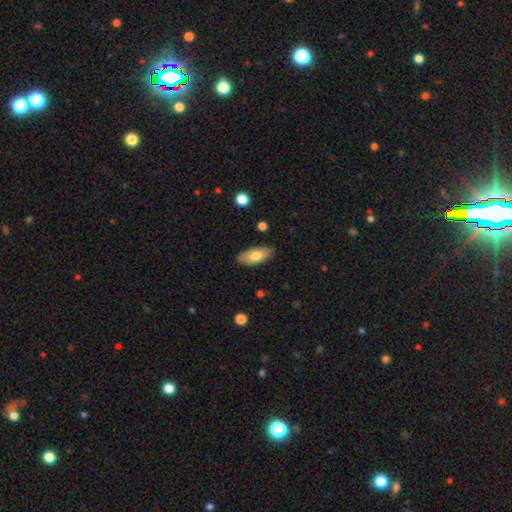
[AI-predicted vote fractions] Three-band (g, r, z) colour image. It shows a smooth galaxy with no disk features (73%) that is in between round and cigar-shaped (87%). Merging: none (85%).